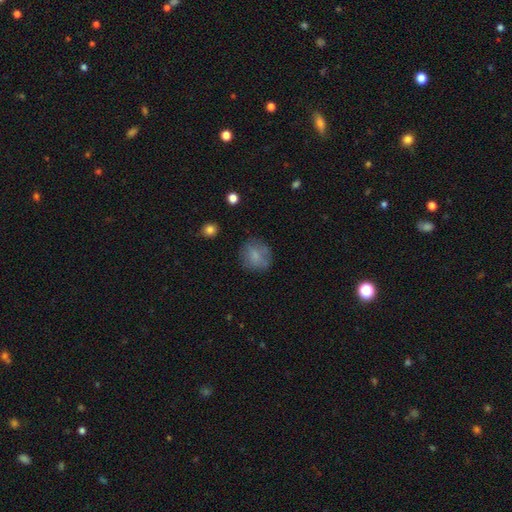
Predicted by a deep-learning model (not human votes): Overall: smooth (76%). How rounded: round (80%). Merging: none (74%).